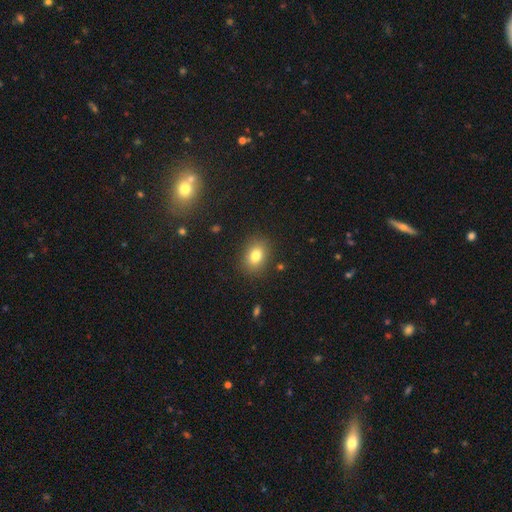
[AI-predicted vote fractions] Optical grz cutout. It shows a smooth galaxy with no disk features (80%) that is in between round and cigar-shaped (65%). Merging: none (86%).